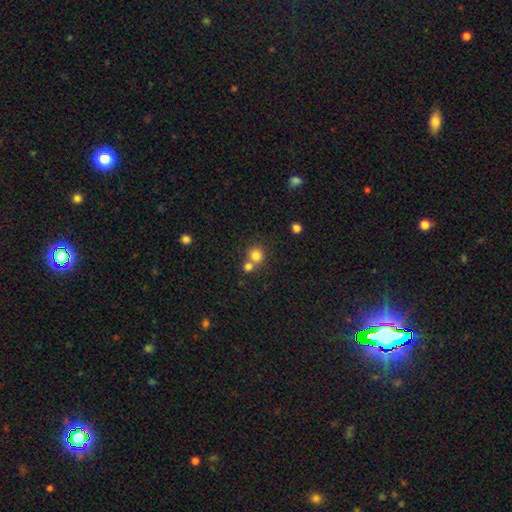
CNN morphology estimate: type=smooth (80%); roundness=round (87%); merging=none (53%).